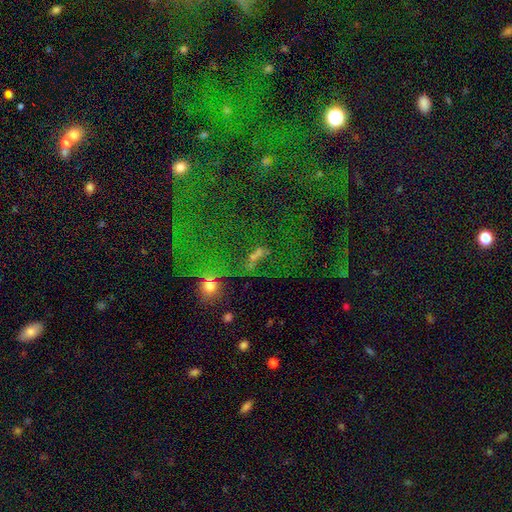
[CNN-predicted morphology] A star or artifact, not a galaxy (46%).